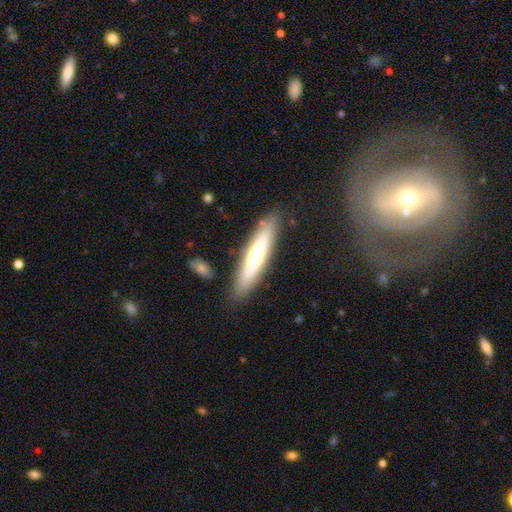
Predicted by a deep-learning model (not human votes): A smooth galaxy with no disk features (55%) that is cigar-shaped (80%).

Vote fractions:
- Smooth or featured? smooth: 55% / featured or disk: 39% / star or artifact: 6%
- How rounded? cigar-shaped: 80% / in between: 19% / round: 1%
- Merging? none: 85% / minor disturbance: 10% / major disturbance: 3% / merger: 2%